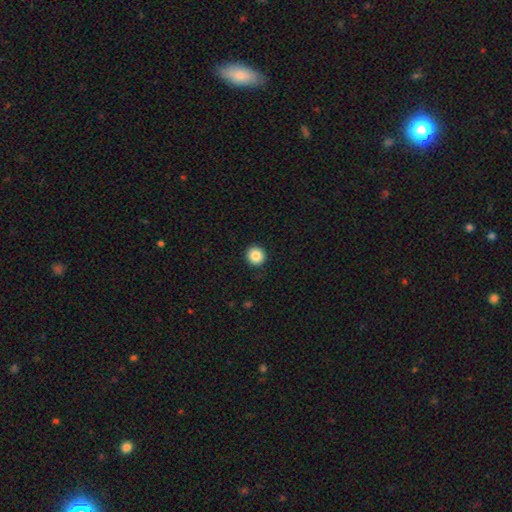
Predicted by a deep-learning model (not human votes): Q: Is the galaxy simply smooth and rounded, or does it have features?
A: smooth — 86%.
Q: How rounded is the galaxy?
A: round — 93%.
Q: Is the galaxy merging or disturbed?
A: none — 91%.